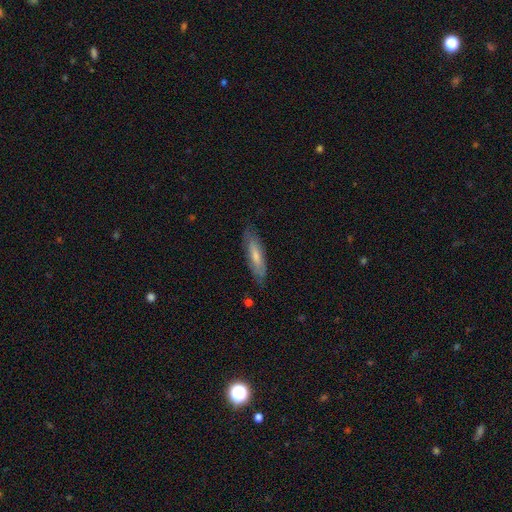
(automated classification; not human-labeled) Overall: smooth (50%; featured or disk 43%). How rounded: cigar-shaped (72%). Merging: none (82%).